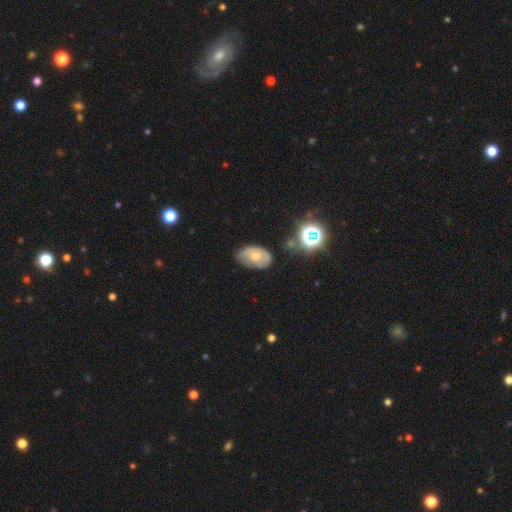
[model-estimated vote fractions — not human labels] A smooth galaxy with no disk features (53%) that is in between round and cigar-shaped (89%). Merging: none (54%).